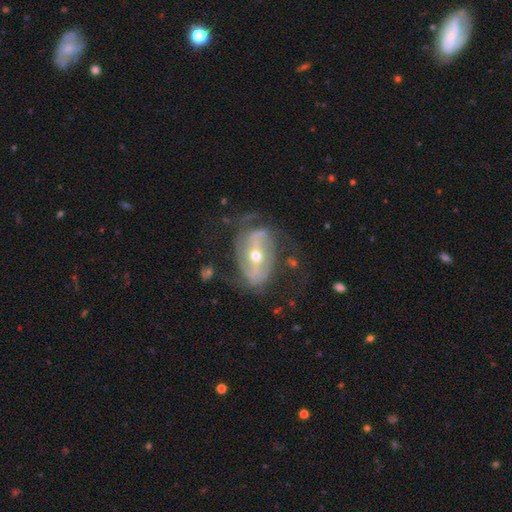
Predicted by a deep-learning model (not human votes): Smooth or featured?
  - featured or disk: 85% *
  - smooth: 9%
  - star or artifact: 6%
Edge-on disk?
  - no: 94% *
  - yes: 6%
Bar?
  - strong: 51% *
  - weak: 31%
  - no: 19%
Spiral arms?
  - yes: 86% *
  - no: 14%
Spiral winding?
  - medium: 42% *
  - tight: 30%
  - loose: 29%
Spiral arm count?
  - 2: 68% *
  - can't tell: 16%
  - 3: 7%
  - 1: 4%
  - 4: 2%
  - more than 4: 2%
Bulge size?
  - moderate: 56% *
  - small: 40%
  - large: 2%
  - dominant: 1%
  - none: 1%
Merging?
  - none: 59% *
  - minor disturbance: 20%
  - major disturbance: 19%
  - merger: 2%